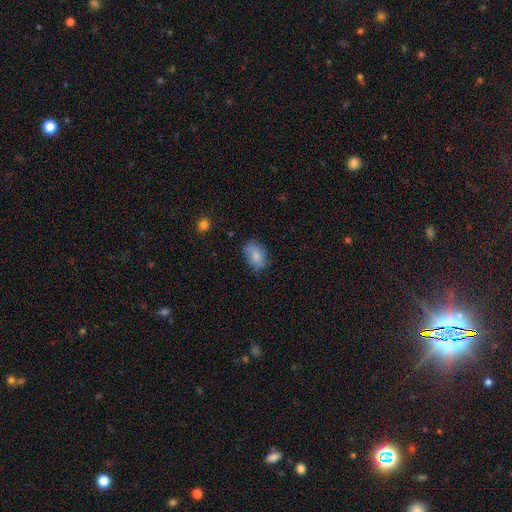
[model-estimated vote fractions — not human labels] smooth_or_featured: smooth (p=0.82) [alt: featured or disk p=0.11]
how_rounded: in between (p=0.84) [alt: round p=0.14]
merging: none (p=0.69) [alt: minor disturbance p=0.24]